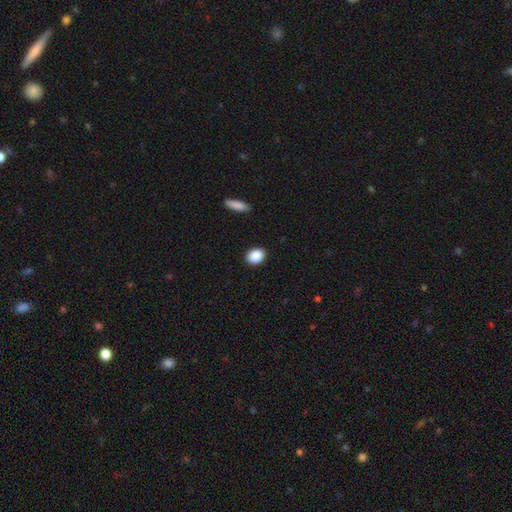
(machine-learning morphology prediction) Overall: smooth (88%). How rounded: in between (56%; round 42%). Merging: none (90%).